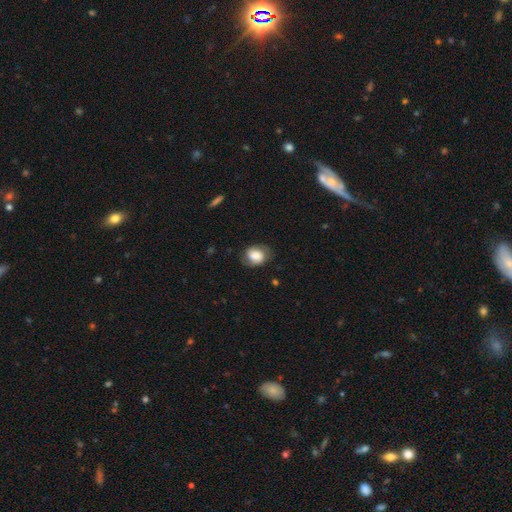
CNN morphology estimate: Smooth or featured? smooth (68%)
How rounded? in between (52%)
Merging? none (69%)